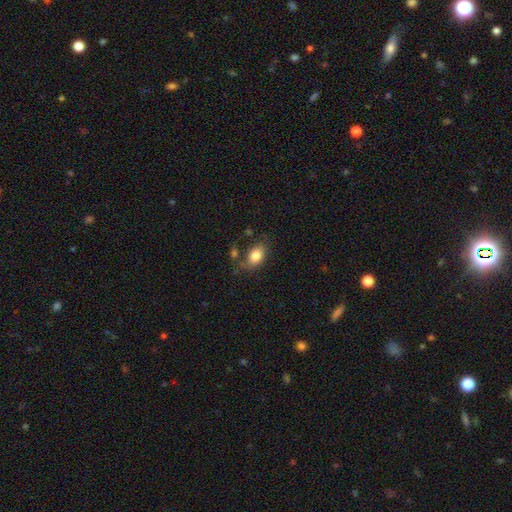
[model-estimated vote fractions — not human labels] Smooth or featured? Predicted: smooth (p=0.81). How rounded? Predicted: in between (p=0.85). Merging? Predicted: none (p=0.62).